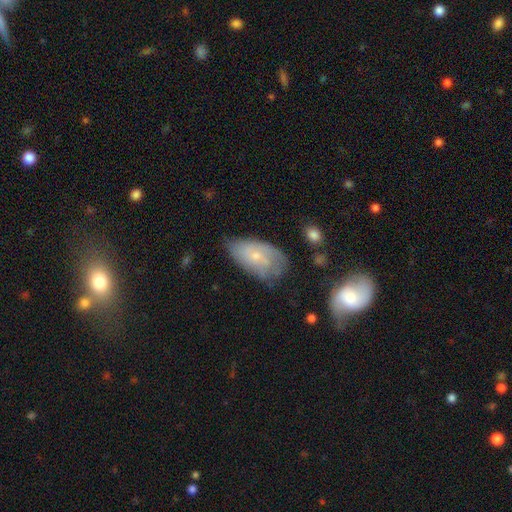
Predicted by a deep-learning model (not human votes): This appears to be a featured or disk galaxy (47%). Merging: none (52%).